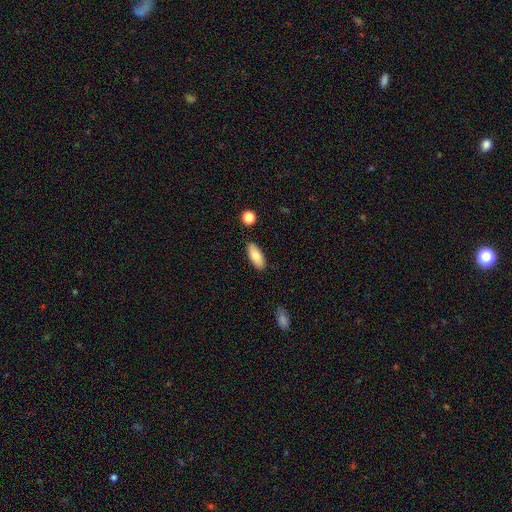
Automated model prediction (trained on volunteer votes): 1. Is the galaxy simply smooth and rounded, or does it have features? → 81% smooth, 12% featured or disk, 7% star or artifact.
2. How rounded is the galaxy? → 81% in between, 17% cigar-shaped, 2% round.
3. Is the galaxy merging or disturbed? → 86% none, 10% minor disturbance, 2% merger, 2% major disturbance.